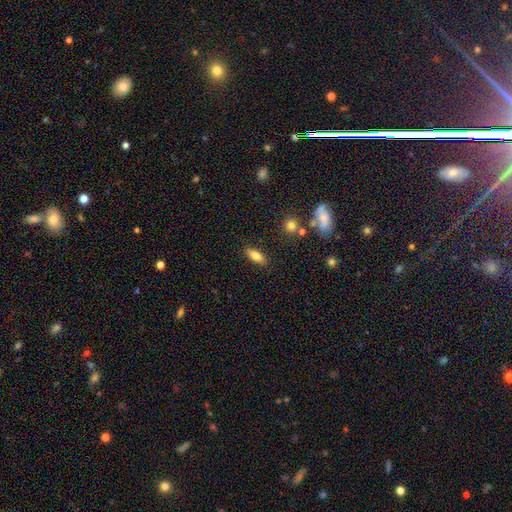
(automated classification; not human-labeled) smooth_or_featured: smooth (p=0.79) [alt: featured or disk p=0.13]
how_rounded: in between (p=0.75) [alt: cigar-shaped p=0.22]
merging: none (p=0.86) [alt: minor disturbance p=0.10]